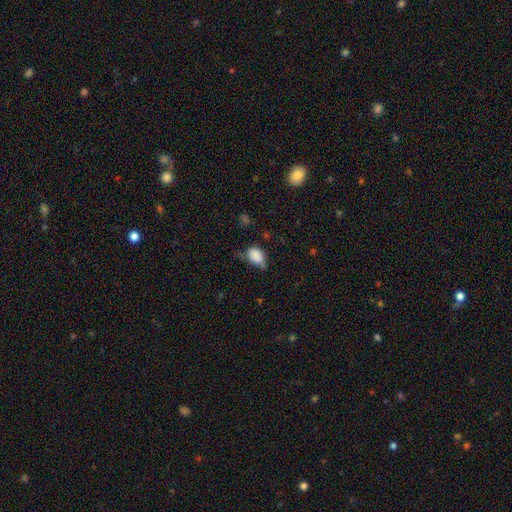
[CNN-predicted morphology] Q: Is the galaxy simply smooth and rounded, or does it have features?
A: smooth — 83%.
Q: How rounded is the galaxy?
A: in between — 76%.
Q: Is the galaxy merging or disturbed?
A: minor disturbance — 41%.